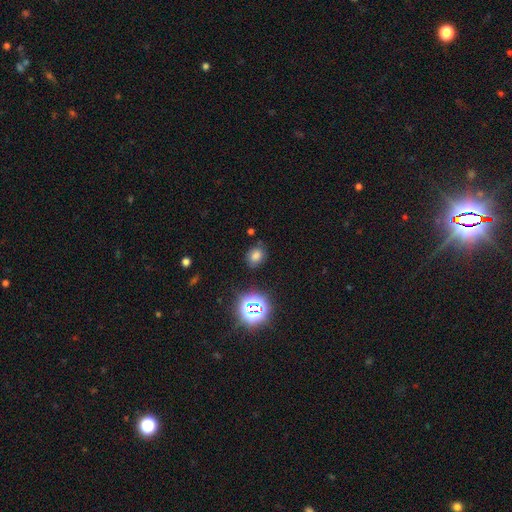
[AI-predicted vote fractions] The model was most divided on "how rounded": in between: 53%, round: 46%, cigar-shaped: 1%. More confident: merging — none (77%); smooth or featured — smooth (70%).